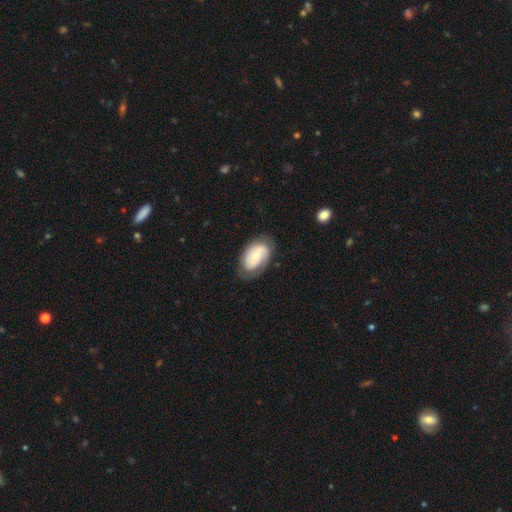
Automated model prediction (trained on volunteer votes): Q: Smooth or featured?
A: featured or disk (52%); runner-up: smooth (42%)
Q: Edge-on disk?
A: no (95%); runner-up: yes (5%)
Q: Merging?
A: none (68%); runner-up: minor disturbance (22%)